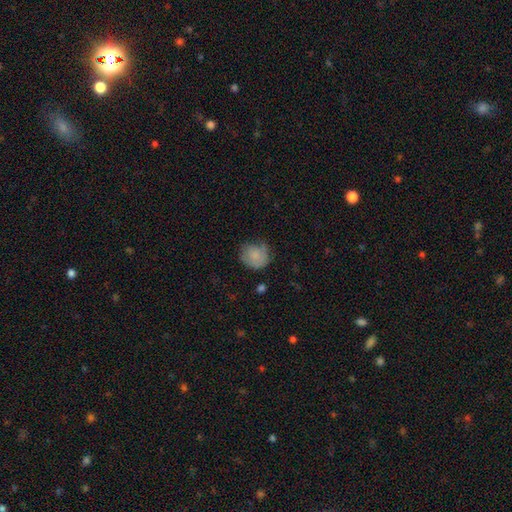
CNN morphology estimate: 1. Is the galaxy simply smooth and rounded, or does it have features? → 75% smooth, 17% featured or disk, 8% star or artifact.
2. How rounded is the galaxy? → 78% round, 21% in between, 1% cigar-shaped.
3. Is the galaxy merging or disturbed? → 55% none, 32% minor disturbance, 11% major disturbance, 2% merger.